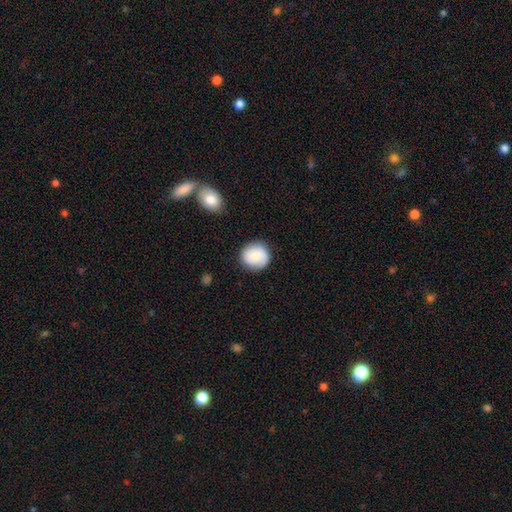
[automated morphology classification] smooth_or_featured: smooth (p=0.71) [alt: featured or disk p=0.22]
how_rounded: round (p=0.90) [alt: in between p=0.09]
merging: none (p=0.84) [alt: minor disturbance p=0.11]